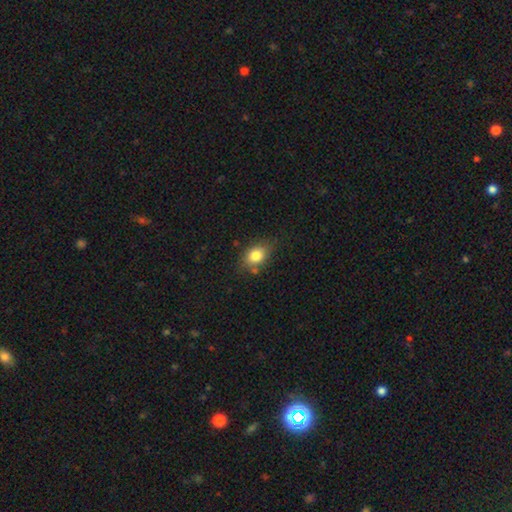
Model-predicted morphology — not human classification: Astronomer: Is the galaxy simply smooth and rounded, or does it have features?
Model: smooth — 81%.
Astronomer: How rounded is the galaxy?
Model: in between — 71%.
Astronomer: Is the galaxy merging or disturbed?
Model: none — 71%.